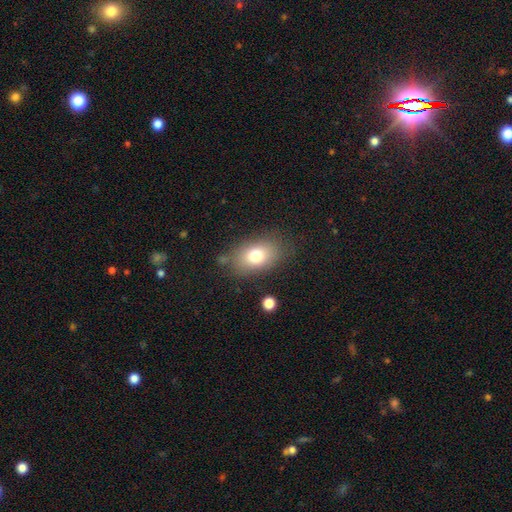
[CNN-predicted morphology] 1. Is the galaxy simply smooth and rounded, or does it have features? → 76% smooth, 14% featured or disk, 10% star or artifact.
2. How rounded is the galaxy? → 83% in between, 15% round, 2% cigar-shaped.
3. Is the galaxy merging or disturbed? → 74% none, 16% minor disturbance, 6% major disturbance, 3% merger.